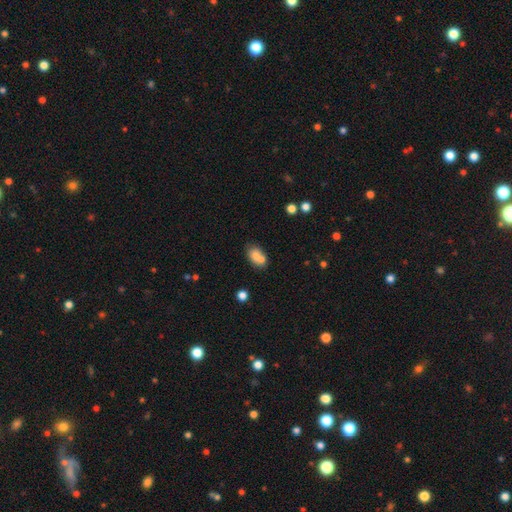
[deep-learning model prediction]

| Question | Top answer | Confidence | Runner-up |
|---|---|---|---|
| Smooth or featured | smooth | 76% | featured or disk (14%) |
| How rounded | in between | 79% | round (19%) |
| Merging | none | 42% | merger (40%) |